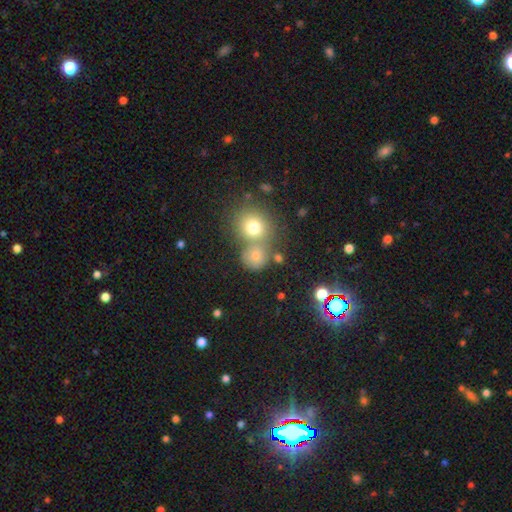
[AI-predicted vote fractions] Q: Smooth or featured?
A: smooth (72%); runner-up: star or artifact (16%)
Q: How rounded?
A: round (86%); runner-up: in between (13%)
Q: Merging?
A: none (52%); runner-up: merger (34%)